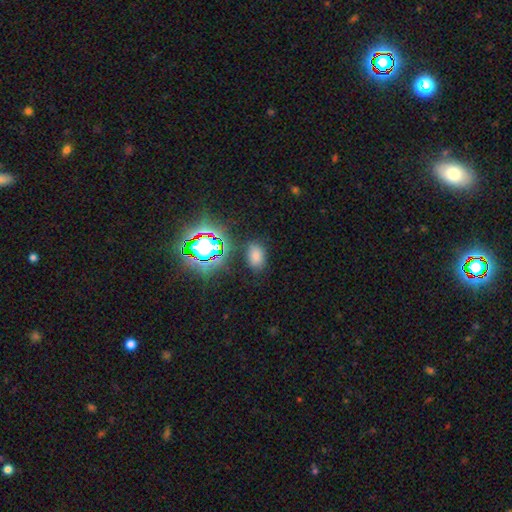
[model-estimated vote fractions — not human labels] This appears to be a smooth galaxy with no disk features (67%) that is in between round and cigar-shaped (87%). Merging: none (81%).